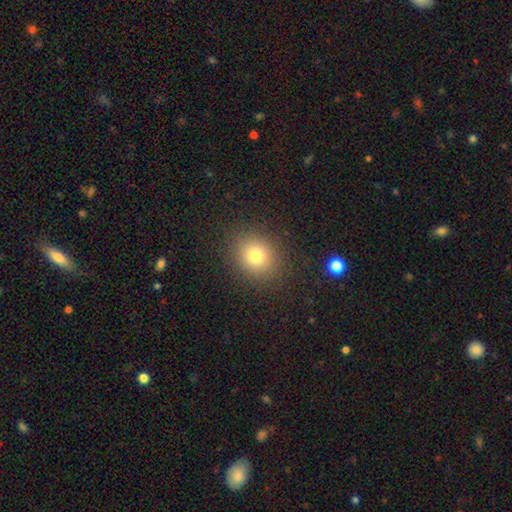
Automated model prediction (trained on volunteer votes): This appears to be a smooth galaxy with no disk features (78%) that is round (69%). Merging: none (88%).